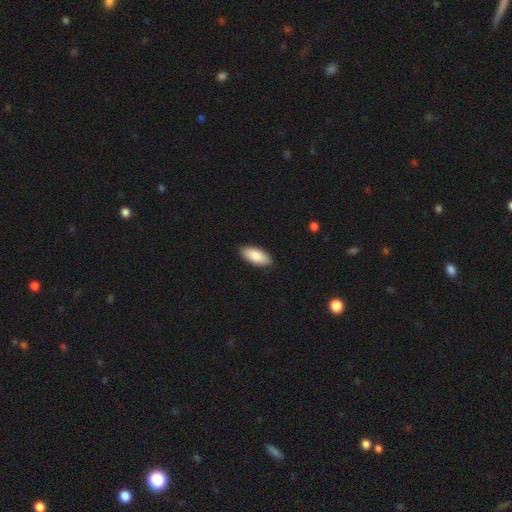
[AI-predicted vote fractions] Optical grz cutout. It shows a smooth galaxy with no disk features (87%) that is in between round and cigar-shaped (90%). Merging: none (90%).